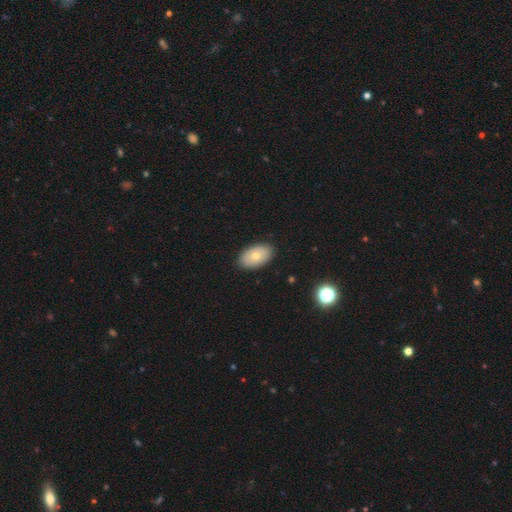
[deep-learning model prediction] The model was most divided on "smooth or featured": smooth: 71%, featured or disk: 22%, star or artifact: 7%. More confident: how rounded — in between (92%); merging — none (88%).